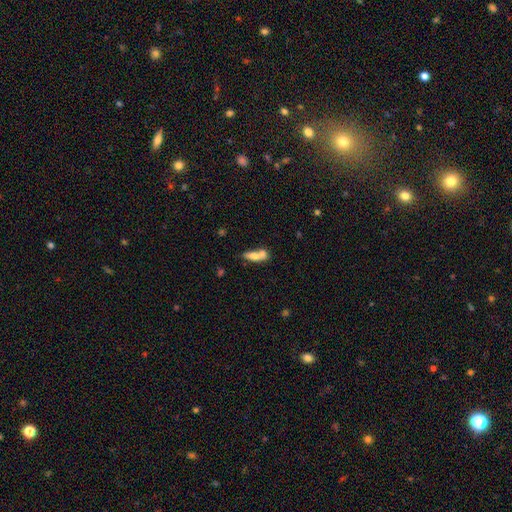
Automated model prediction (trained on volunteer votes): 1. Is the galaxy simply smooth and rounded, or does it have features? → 66% smooth, 25% featured or disk, 8% star or artifact.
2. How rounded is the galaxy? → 61% in between, 33% cigar-shaped, 6% round.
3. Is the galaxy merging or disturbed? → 53% merger, 30% none, 11% minor disturbance, 6% major disturbance.